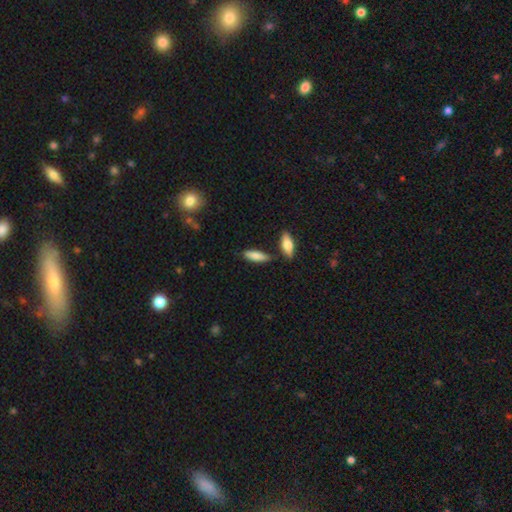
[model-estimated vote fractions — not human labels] Overall: smooth (81%). How rounded: in between (51%; cigar-shaped 47%). Merging: none (73%).